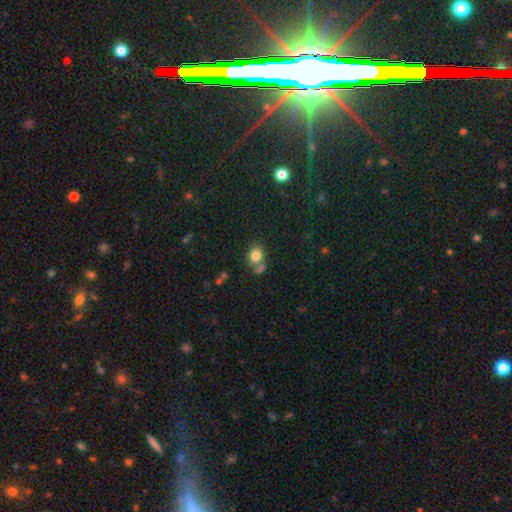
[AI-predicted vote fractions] Overall: smooth (81%). How rounded: round (62%; in between 37%). Merging: none (57%; merger 24%).